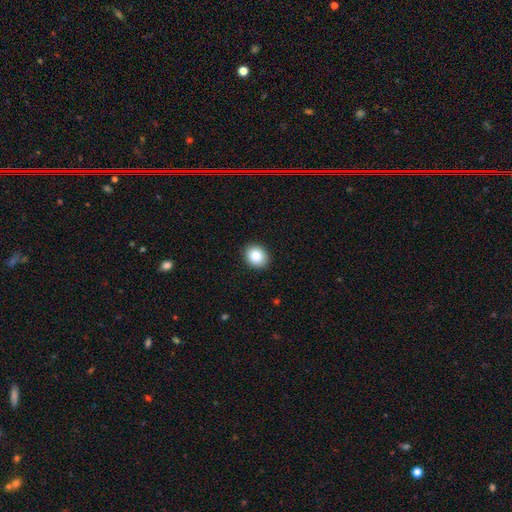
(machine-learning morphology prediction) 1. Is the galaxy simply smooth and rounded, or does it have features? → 83% smooth, 9% star or artifact, 8% featured or disk.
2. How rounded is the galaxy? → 60% round, 39% in between, 1% cigar-shaped.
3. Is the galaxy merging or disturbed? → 91% none, 6% minor disturbance, 2% major disturbance, 1% merger.